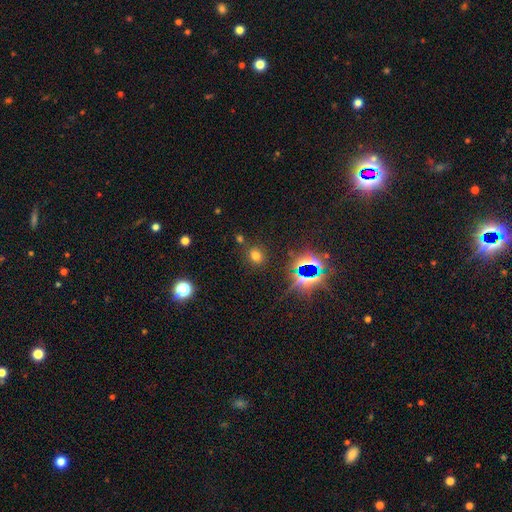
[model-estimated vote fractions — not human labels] Q: Smooth or featured?
A: smooth (63%); runner-up: star or artifact (29%)
Q: How rounded?
A: round (67%); runner-up: in between (32%)
Q: Merging?
A: none (81%); runner-up: minor disturbance (9%)